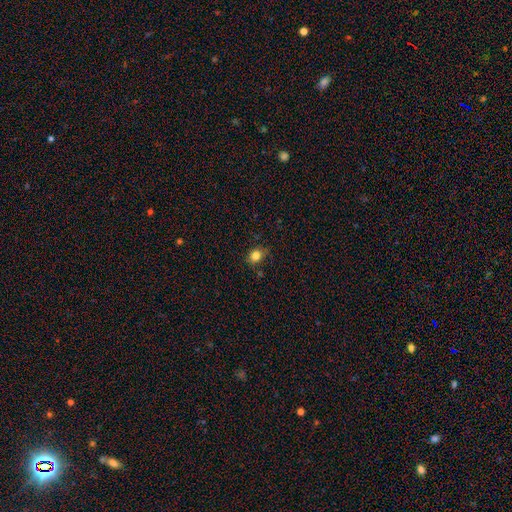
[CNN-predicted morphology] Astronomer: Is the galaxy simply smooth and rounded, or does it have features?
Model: smooth — 82%.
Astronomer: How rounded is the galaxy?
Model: round — 56% (runner-up: in between, 43%).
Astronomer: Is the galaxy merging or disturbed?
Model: none — 76%.